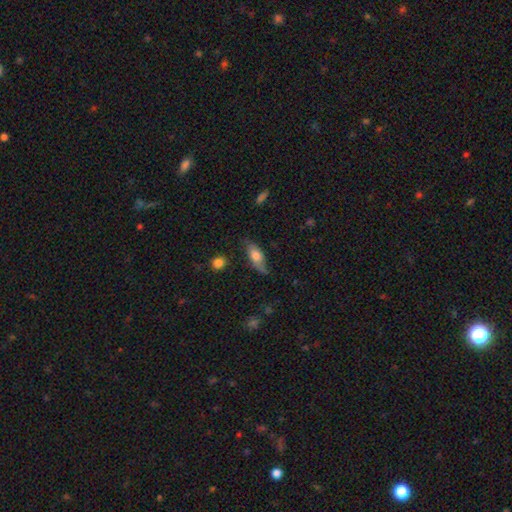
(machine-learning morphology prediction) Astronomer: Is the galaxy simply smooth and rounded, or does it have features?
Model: smooth — 58% (runner-up: featured or disk, 35%).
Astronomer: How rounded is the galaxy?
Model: in between — 76%.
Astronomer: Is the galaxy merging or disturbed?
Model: none — 59%.